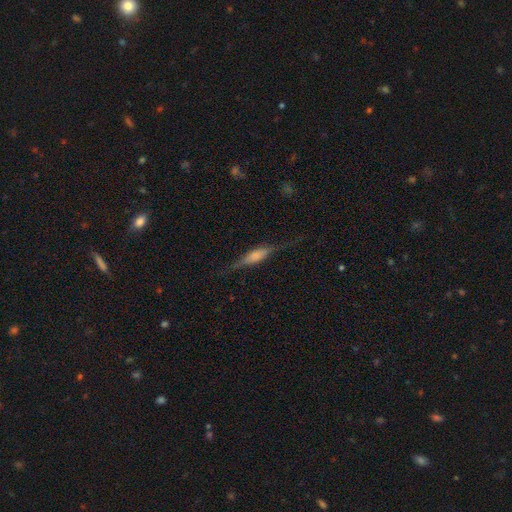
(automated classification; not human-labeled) Smooth or featured: featured or disk — 61% (smooth — 32%)
Edge-on disk: yes — 95% (no — 5%)
Edge-on bulge: rounded — 52% (boxy — 39%)
Merging: none — 72% (minor disturbance — 18%)